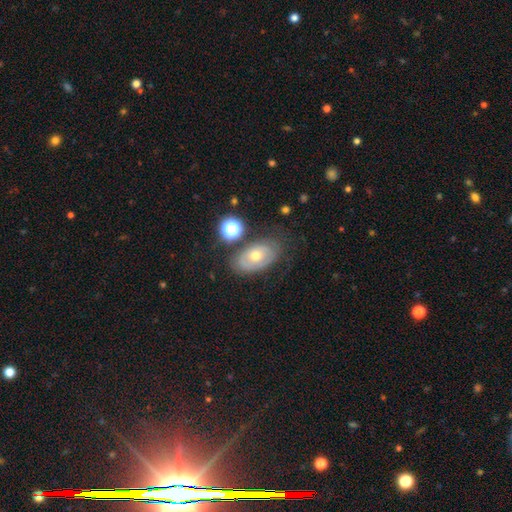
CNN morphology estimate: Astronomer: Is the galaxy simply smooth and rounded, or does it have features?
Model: featured or disk — 48% (runner-up: smooth, 42%).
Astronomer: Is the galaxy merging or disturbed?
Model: none — 68%.